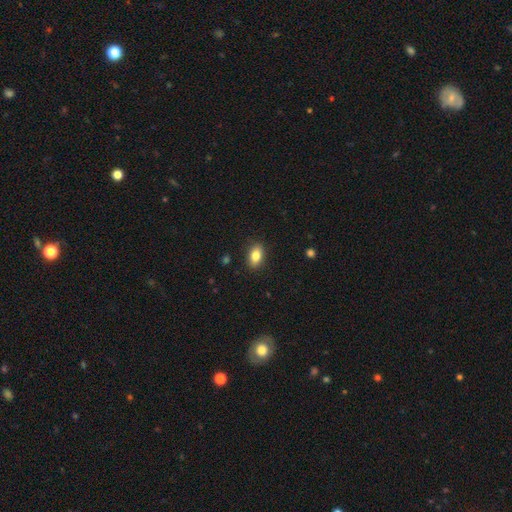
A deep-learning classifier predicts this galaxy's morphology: Smooth or featured?
  - smooth: 83% *
  - featured or disk: 9%
  - star or artifact: 8%
How rounded?
  - in between: 87% *
  - round: 11%
  - cigar-shaped: 3%
Merging?
  - none: 88% *
  - minor disturbance: 9%
  - major disturbance: 2%
  - merger: 1%